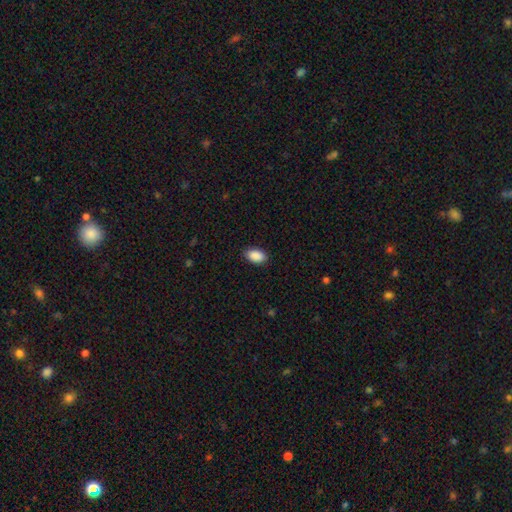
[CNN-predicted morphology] A smooth galaxy with no disk features (91%) that is in between round and cigar-shaped (94%).

Vote fractions:
- Smooth or featured? smooth: 91% / star or artifact: 7% / featured or disk: 3%
- How rounded? in between: 94% / round: 5% / cigar-shaped: 1%
- Merging? none: 89% / minor disturbance: 8% / major disturbance: 2% / merger: 1%